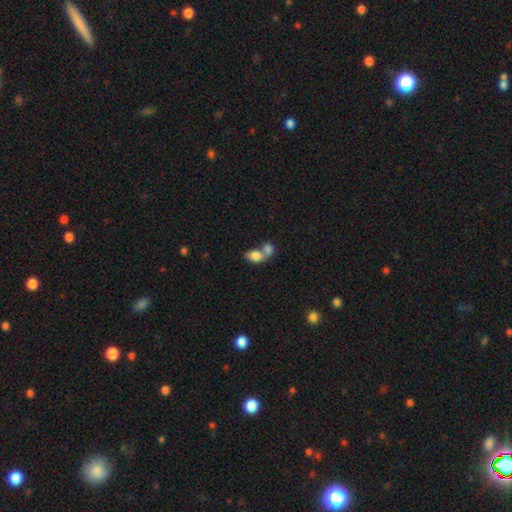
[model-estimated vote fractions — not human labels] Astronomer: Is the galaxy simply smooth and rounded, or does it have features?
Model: smooth — 81%.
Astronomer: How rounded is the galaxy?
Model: in between — 81%.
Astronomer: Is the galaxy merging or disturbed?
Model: merger — 66%.